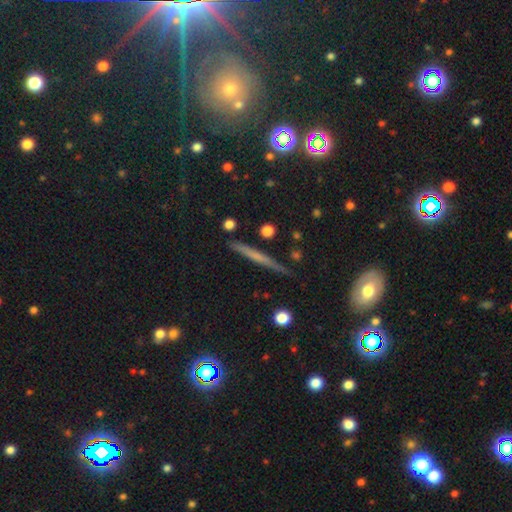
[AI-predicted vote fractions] smooth-or-featured: featured or disk: 51% | smooth: 39% | star or artifact: 10%
  disk-edge-on: yes: 96% | no: 4%
  merging: none: 88% | minor disturbance: 8% | merger: 2% | major disturbance: 2%